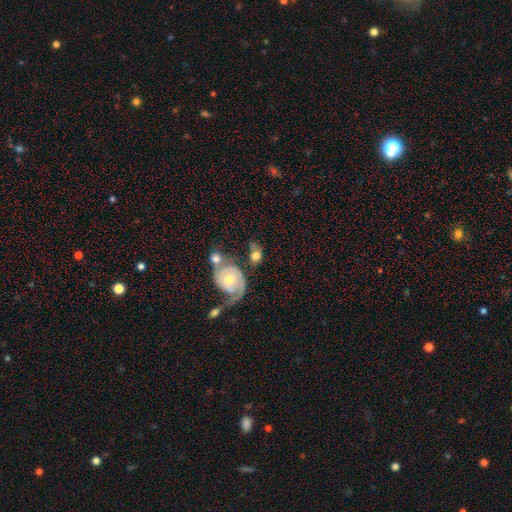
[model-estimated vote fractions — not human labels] Overall: smooth (48%; featured or disk 44%). Merging: merger (37%; none 33%).